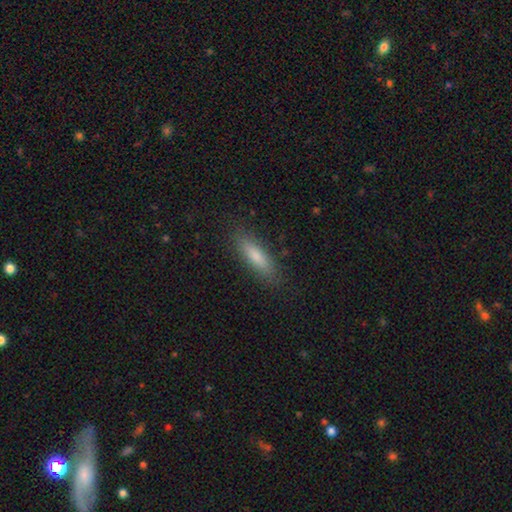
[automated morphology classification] This appears to be a smooth galaxy with no disk features (78%) that is cigar-shaped (67%). Merging: none (86%).